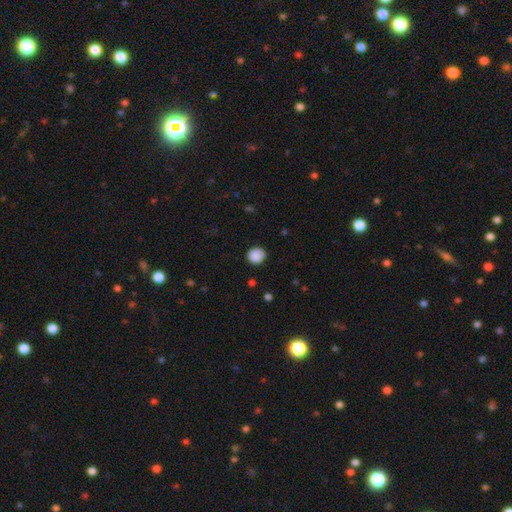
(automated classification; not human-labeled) Overall: smooth (89%). How rounded: round (89%). Merging: none (89%).